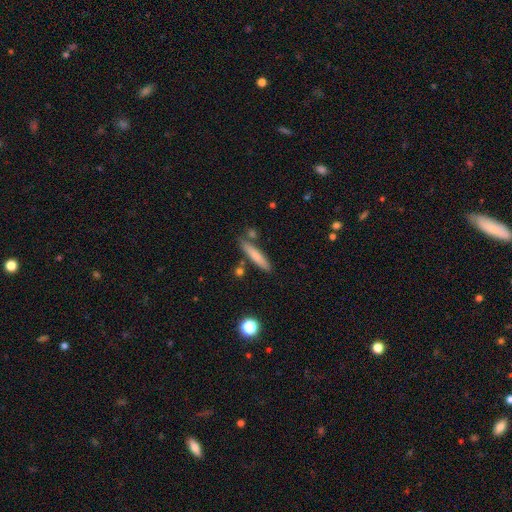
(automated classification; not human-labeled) This is likely a smooth galaxy (75%). How rounded: clearly cigar-shaped (90%). Merging: likely none (80%).